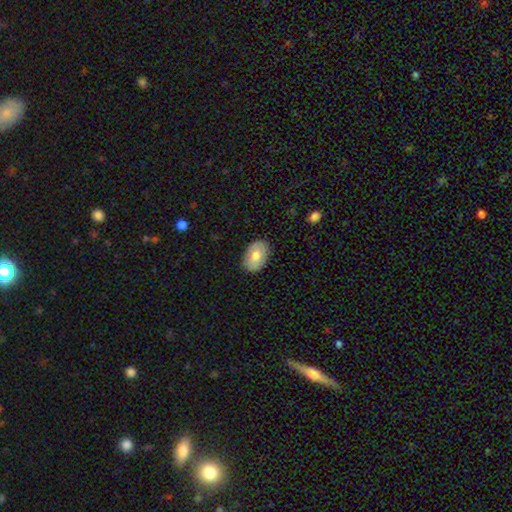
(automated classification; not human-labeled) The model was most divided on "smooth or featured": smooth: 66%, featured or disk: 28%, star or artifact: 6%. More confident: how rounded — in between (87%); merging — none (85%).